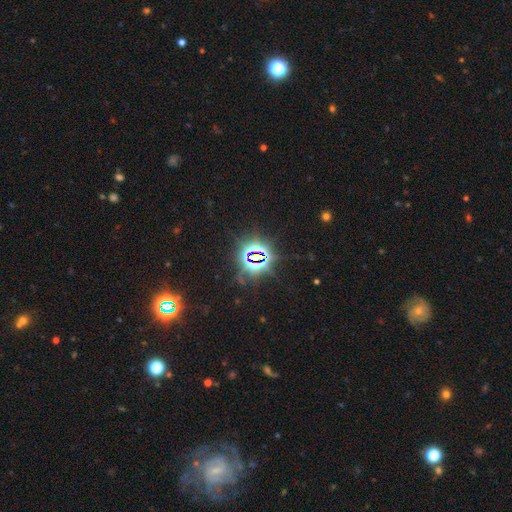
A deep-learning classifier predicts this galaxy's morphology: type=star or artifact (82%).